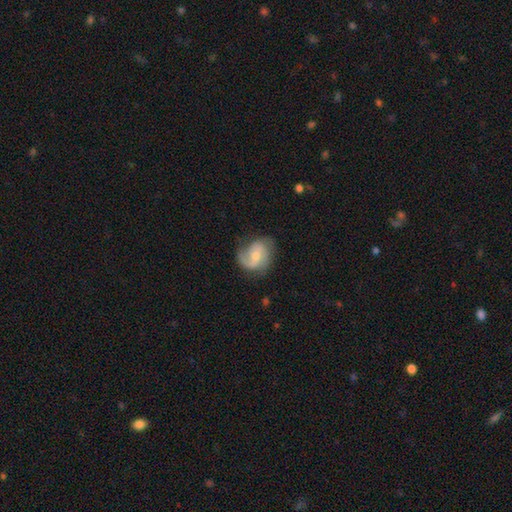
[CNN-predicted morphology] Smooth or featured? featured or disk (71%)
Edge-on disk? no (98%)
Bar? no (56%)
Spiral arms? yes (93%)
Spiral winding? medium (48%)
Spiral arm count? 2 (64%)
Bulge size? moderate (49%)
Merging? none (61%)